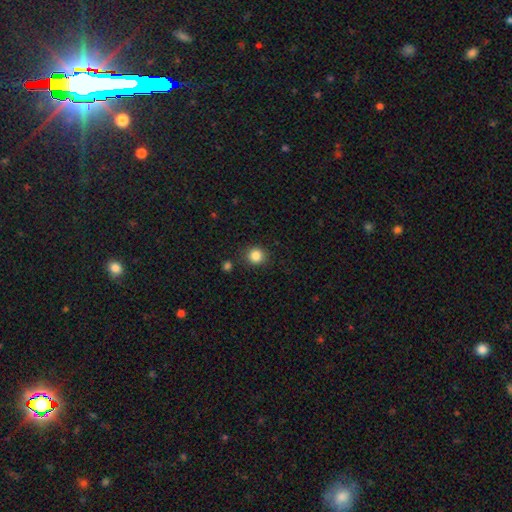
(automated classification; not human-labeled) This is clearly a smooth galaxy (85%). How rounded: clearly round (90%). Merging: clearly none (87%).